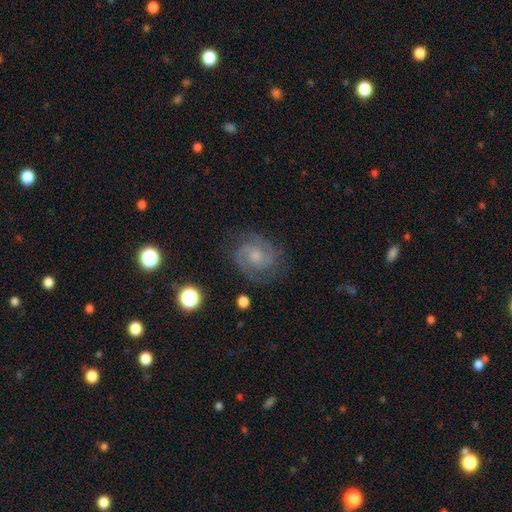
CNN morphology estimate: This appears to be a featured or disk galaxy (88%) with no bar (63%), 2 (86%) tight (52%) spiral arms (98%) and a small central bulge (50%). Merging: none (80%).